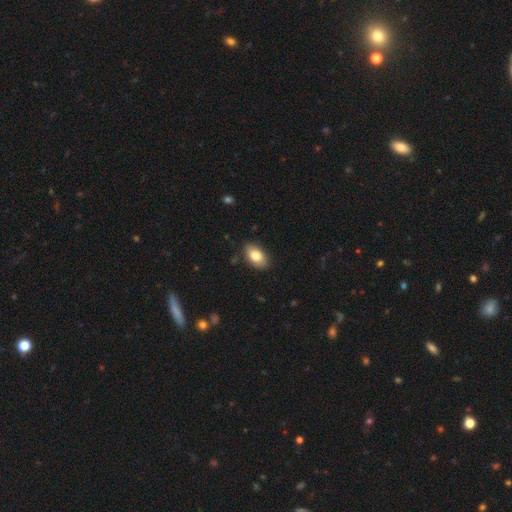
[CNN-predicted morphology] Smooth or featured?
  - smooth: 81% *
  - featured or disk: 12%
  - star or artifact: 7%
How rounded?
  - in between: 92% *
  - round: 7%
  - cigar-shaped: 2%
Merging?
  - none: 85% *
  - minor disturbance: 11%
  - major disturbance: 2%
  - merger: 1%